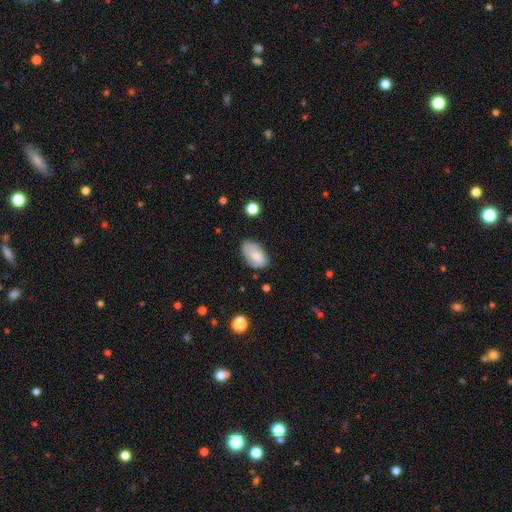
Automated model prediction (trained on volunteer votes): smooth 70%, featured or disk 23%, star or artifact 7%. Down the decision tree: how rounded — in between (93%); merging — none (65%).